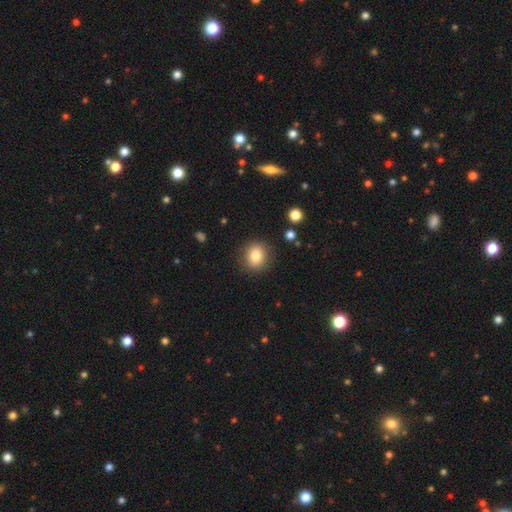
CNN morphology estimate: Smooth or featured? smooth (81%)
How rounded? round (77%)
Merging? none (87%)